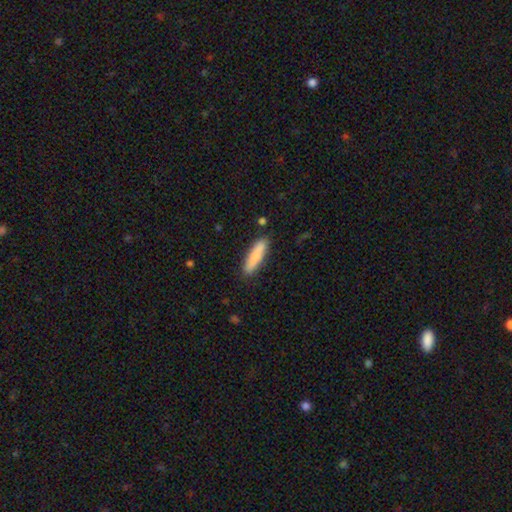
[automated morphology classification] smooth-or-featured: smooth: 80% | featured or disk: 14% | star or artifact: 6%
  how-rounded: cigar-shaped: 82% | in between: 17% | round: 1%
  merging: none: 87% | minor disturbance: 9% | major disturbance: 2% | merger: 2%